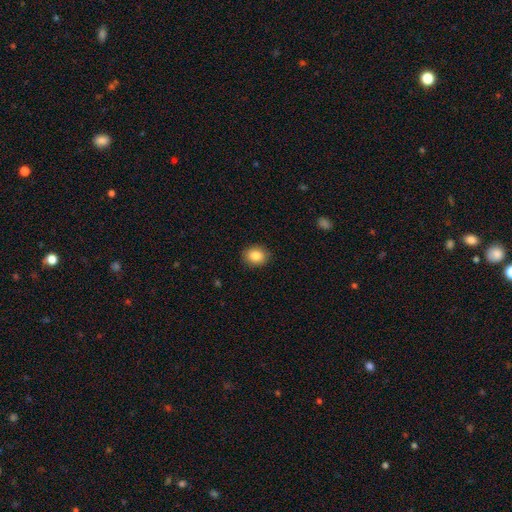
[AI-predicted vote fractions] A smooth galaxy with no disk features (86%) that is round (63%). Merging: none (90%).